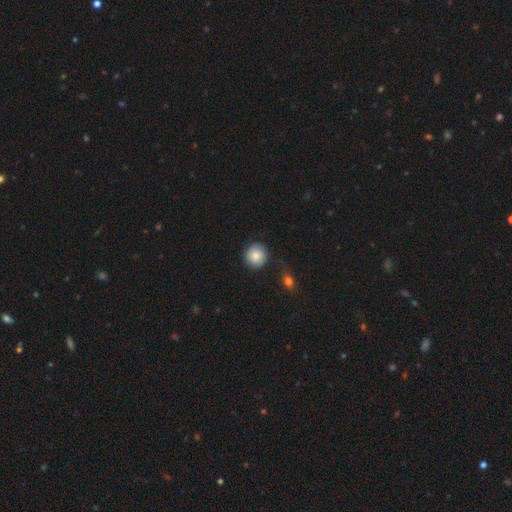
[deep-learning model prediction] Smooth or featured?
  - smooth: 80% *
  - featured or disk: 13%
  - star or artifact: 7%
How rounded?
  - round: 92% *
  - in between: 7%
  - cigar-shaped: 1%
Merging?
  - none: 76% *
  - minor disturbance: 16%
  - major disturbance: 5%
  - merger: 4%